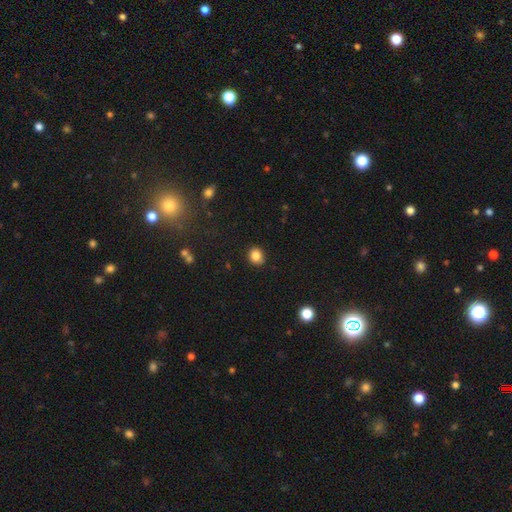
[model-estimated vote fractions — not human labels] Morphology: type=smooth (85%); roundness=round (74%); merging=none (84%).